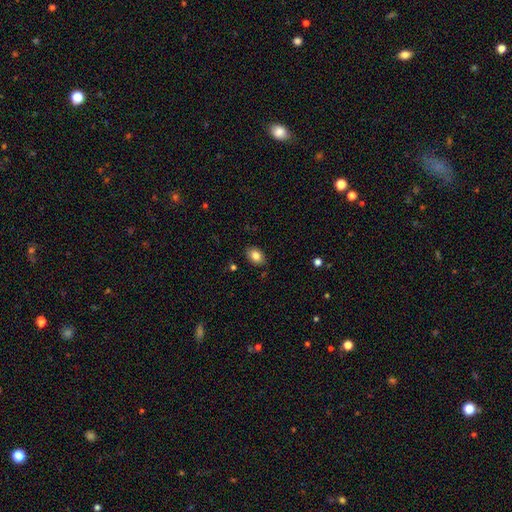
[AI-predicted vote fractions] Smooth or featured?
  - smooth: 84% *
  - star or artifact: 9%
  - featured or disk: 8%
How rounded?
  - in between: 78% *
  - round: 21%
  - cigar-shaped: 1%
Merging?
  - none: 85% *
  - minor disturbance: 11%
  - major disturbance: 2%
  - merger: 2%